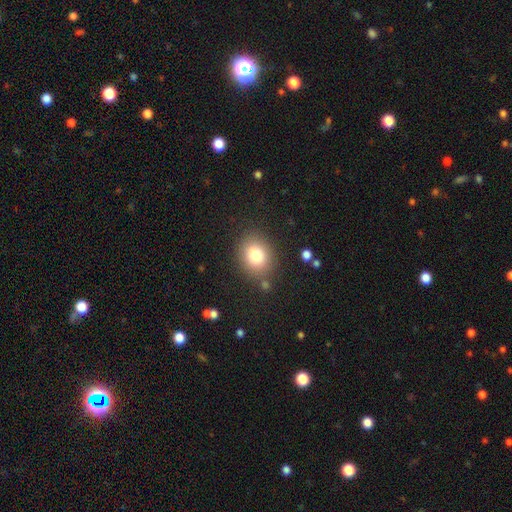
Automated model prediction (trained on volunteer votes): Q: Smooth or featured?
A: smooth (77%); runner-up: featured or disk (13%)
Q: How rounded?
A: round (56%); runner-up: in between (43%)
Q: Merging?
A: none (69%); runner-up: minor disturbance (14%)